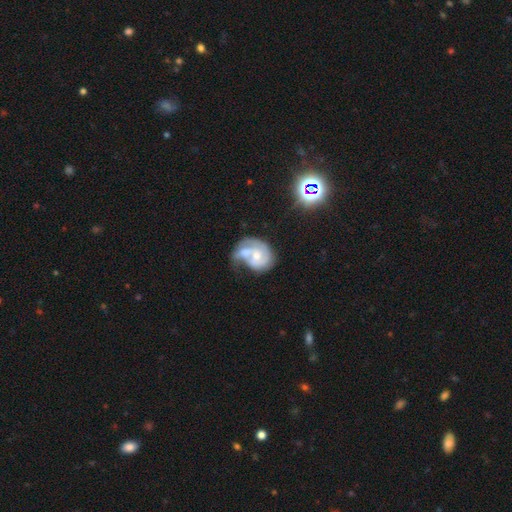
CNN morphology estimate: smooth-or-featured: featured or disk: 74% | smooth: 20% | star or artifact: 6%
  disk-edge-on: no: 98% | yes: 2%
    bar: no: 65% | weak: 30% | strong: 6%
    has-spiral-arms: yes: 84% | no: 16%
      spiral-winding: tight: 45% | medium: 38% | loose: 17%
      spiral-arm-count: 2: 43% | 1: 23% | can't tell: 20% | 3: 9% | 4: 2% | more than 4: 2%
    bulge-size: moderate: 52% | small: 39% | none: 4% | large: 4% | dominant: 1%
  merging: merger: 32% | none: 26% | major disturbance: 22% | minor disturbance: 21%